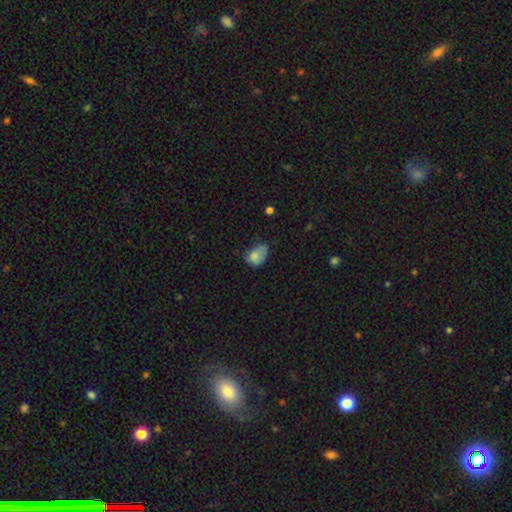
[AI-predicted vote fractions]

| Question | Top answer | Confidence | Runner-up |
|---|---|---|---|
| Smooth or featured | smooth | 78% | featured or disk (13%) |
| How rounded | in between | 78% | round (20%) |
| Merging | minor disturbance | 42% | none (34%) |